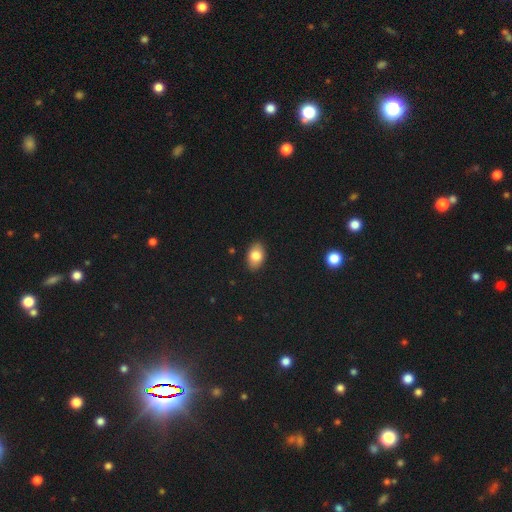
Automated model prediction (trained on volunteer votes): Q: Smooth or featured?
A: smooth (81%); runner-up: featured or disk (11%)
Q: How rounded?
A: in between (87%); runner-up: round (11%)
Q: Merging?
A: none (88%); runner-up: minor disturbance (9%)